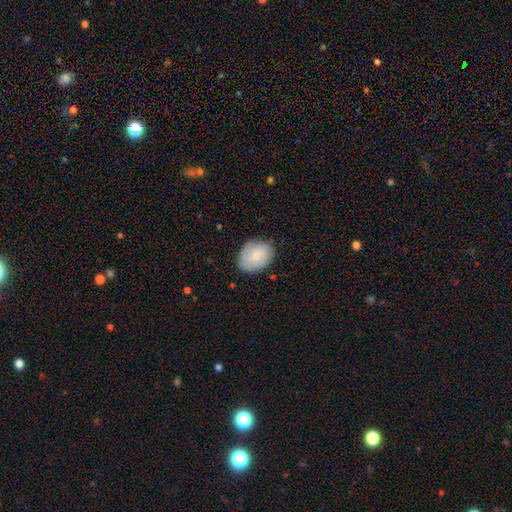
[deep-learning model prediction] Smooth or featured: smooth — 53% (featured or disk — 40%)
How rounded: in between — 68% (round — 31%)
Merging: none — 79% (minor disturbance — 17%)